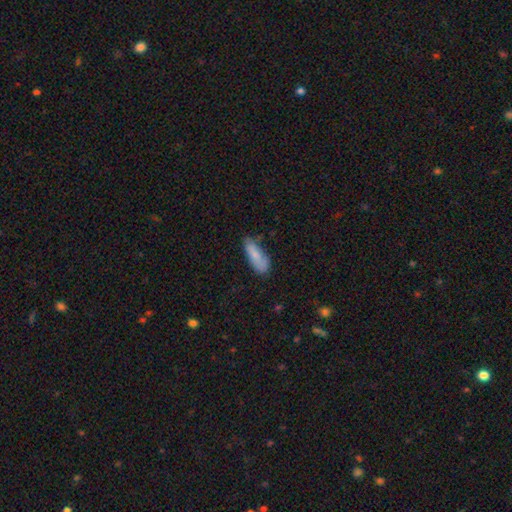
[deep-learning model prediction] This is likely a smooth galaxy (80%). How rounded: likely in between (63%). Merging: likely none (62%).